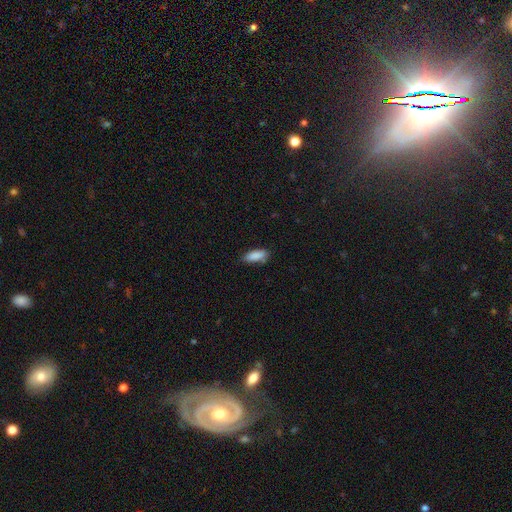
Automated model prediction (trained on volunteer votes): Overall: smooth (88%). How rounded: in between (72%). Merging: none (78%).